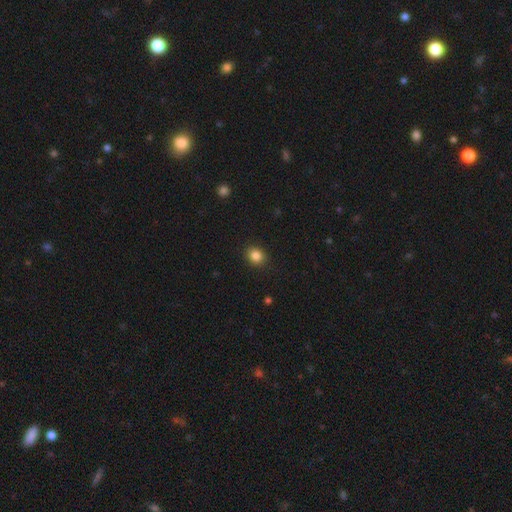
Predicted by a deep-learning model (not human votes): Q: Smooth or featured?
A: smooth (85%); runner-up: star or artifact (10%)
Q: How rounded?
A: round (65%); runner-up: in between (34%)
Q: Merging?
A: none (89%); runner-up: minor disturbance (8%)